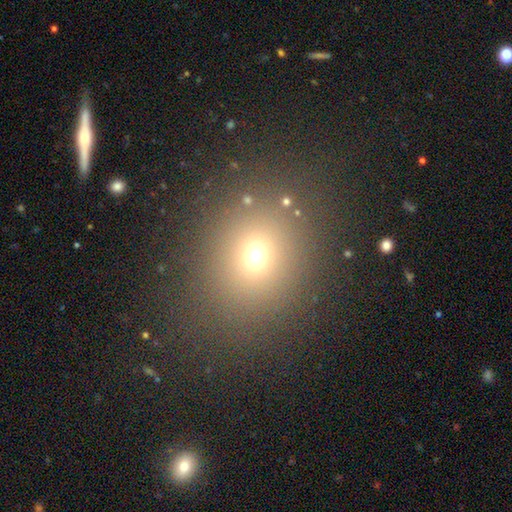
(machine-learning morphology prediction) A smooth galaxy with no disk features (67%) that is round (72%).

Vote fractions:
- Smooth or featured? smooth: 67% / star or artifact: 25% / featured or disk: 9%
- How rounded? round: 72% / in between: 27% / cigar-shaped: 1%
- Merging? none: 85% / minor disturbance: 8% / major disturbance: 5% / merger: 3%